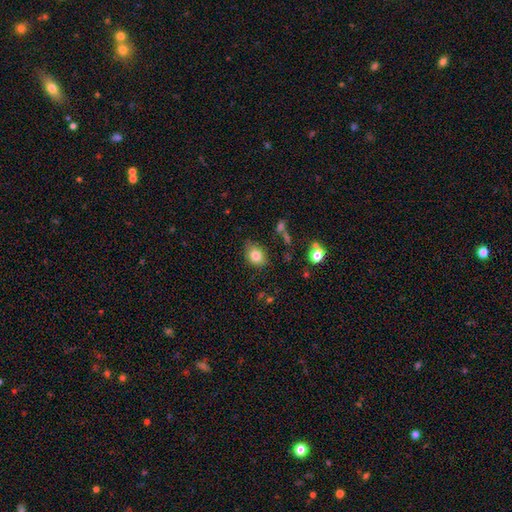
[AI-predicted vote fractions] Q: Smooth or featured?
A: smooth (82%); runner-up: star or artifact (10%)
Q: How rounded?
A: in between (64%); runner-up: round (35%)
Q: Merging?
A: none (75%); runner-up: minor disturbance (18%)